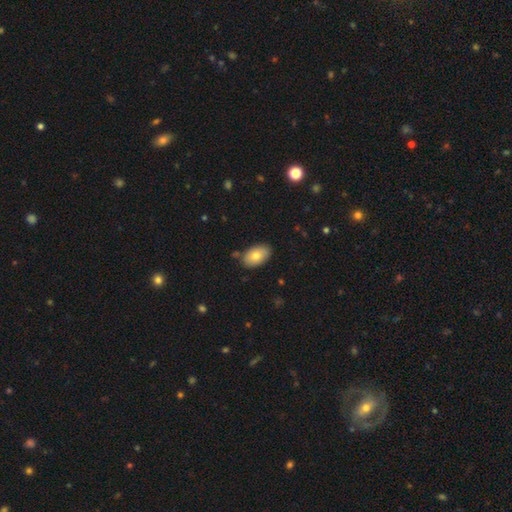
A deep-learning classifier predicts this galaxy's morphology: smooth-or-featured: smooth: 78% | featured or disk: 15% | star or artifact: 7%
  how-rounded: in between: 93% | round: 6% | cigar-shaped: 1%
  merging: none: 82% | minor disturbance: 13% | merger: 3% | major disturbance: 2%